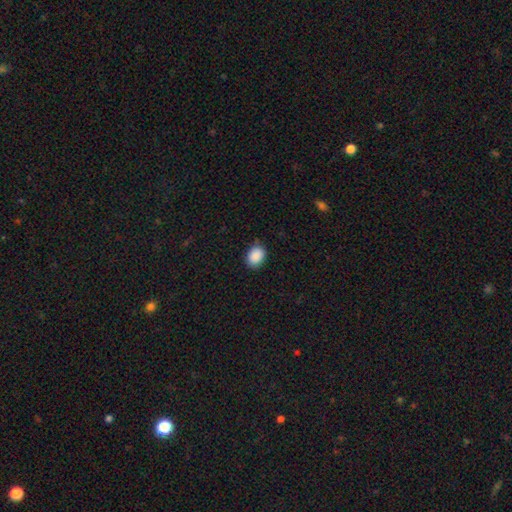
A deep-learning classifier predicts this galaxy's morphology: This appears to be a smooth galaxy with no disk features (90%) that is in between round and cigar-shaped (63%). Merging: none (84%).